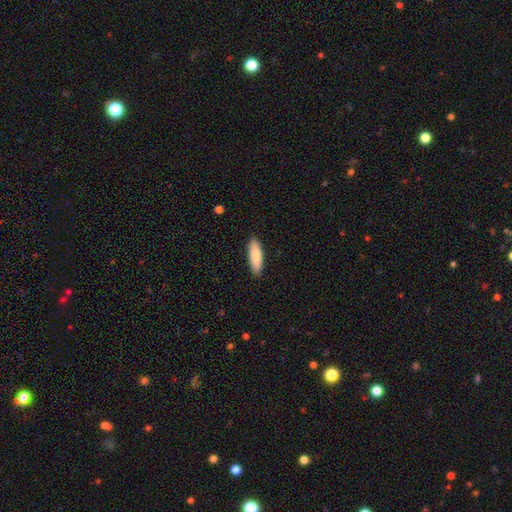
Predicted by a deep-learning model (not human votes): A smooth galaxy with no disk features (86%) that is cigar-shaped (55%). Merging: none (88%).